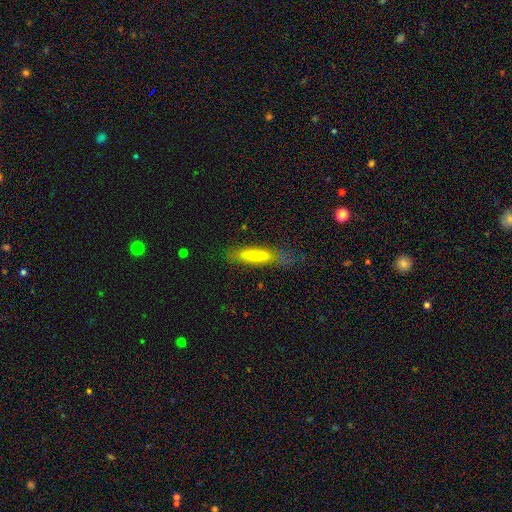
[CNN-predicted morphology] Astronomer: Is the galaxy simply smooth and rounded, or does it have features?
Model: smooth — 74%.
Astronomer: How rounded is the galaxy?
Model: cigar-shaped — 80%.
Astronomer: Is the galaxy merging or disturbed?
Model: none — 65%.